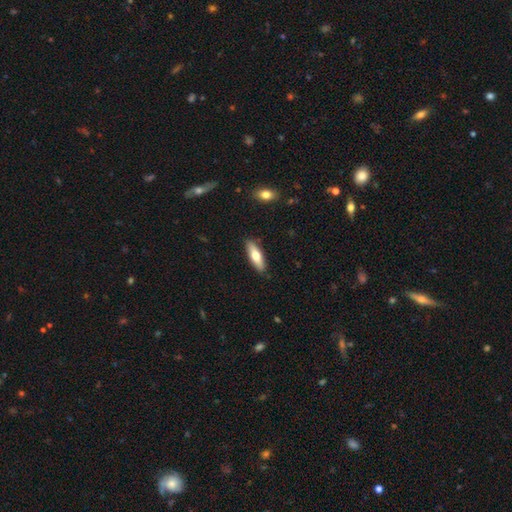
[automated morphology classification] type=smooth (65%); roundness=cigar-shaped (53%); merging=none (88%).